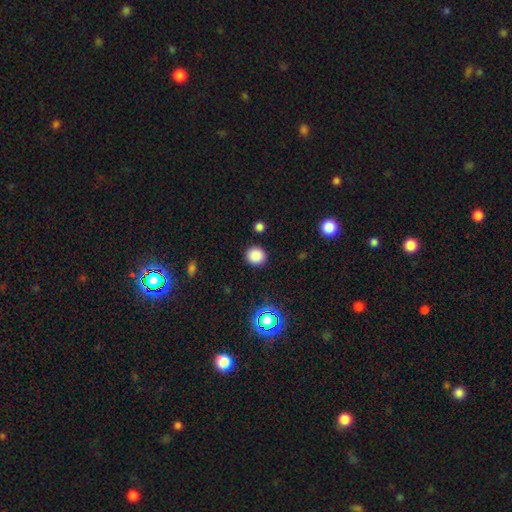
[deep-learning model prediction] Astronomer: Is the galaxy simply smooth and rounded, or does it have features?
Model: smooth — 84%.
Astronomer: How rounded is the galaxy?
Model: round — 88%.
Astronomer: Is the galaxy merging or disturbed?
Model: none — 90%.